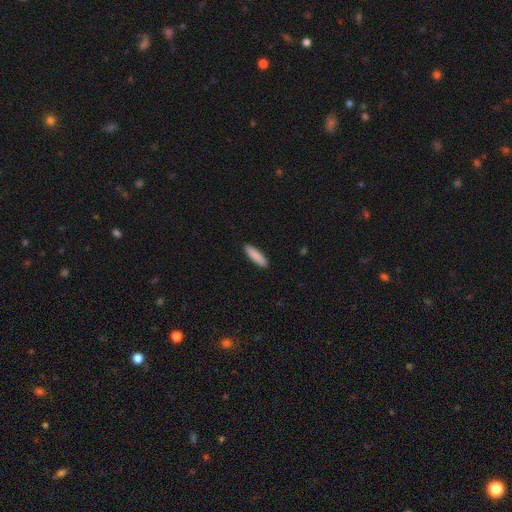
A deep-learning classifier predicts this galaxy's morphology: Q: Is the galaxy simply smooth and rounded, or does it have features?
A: smooth — 89%.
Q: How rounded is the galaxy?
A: cigar-shaped — 75%.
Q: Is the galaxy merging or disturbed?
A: none — 91%.